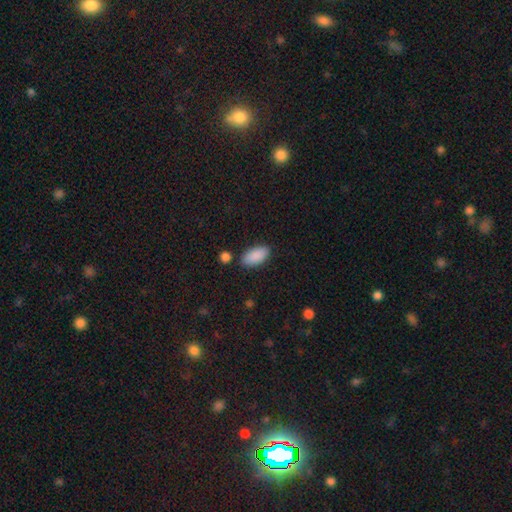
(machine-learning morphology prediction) Q: Smooth or featured?
A: smooth (90%); runner-up: star or artifact (7%)
Q: How rounded?
A: in between (93%); runner-up: cigar-shaped (5%)
Q: Merging?
A: none (81%); runner-up: minor disturbance (12%)